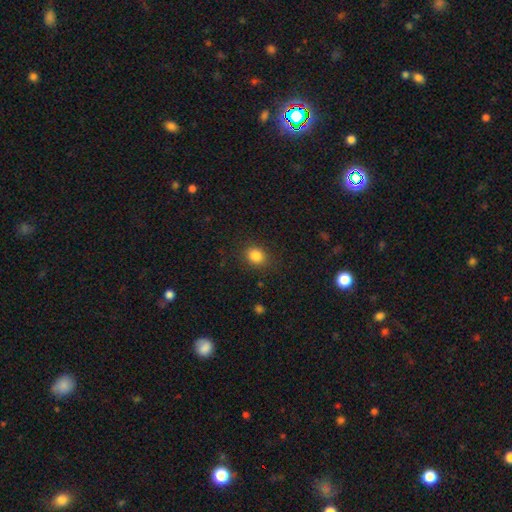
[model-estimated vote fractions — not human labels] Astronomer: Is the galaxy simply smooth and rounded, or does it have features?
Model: smooth — 84%.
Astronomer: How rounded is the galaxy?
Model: round — 63%.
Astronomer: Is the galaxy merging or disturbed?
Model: none — 85%.